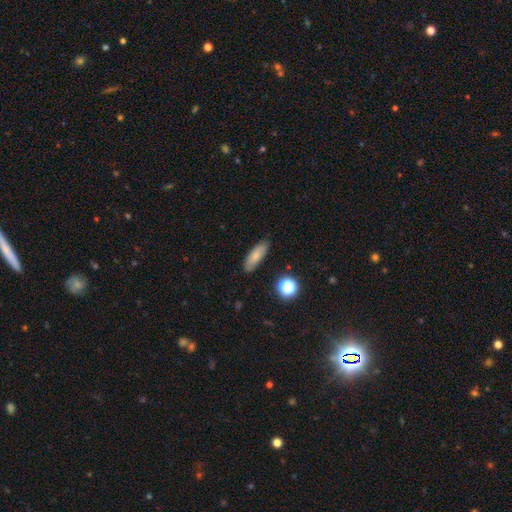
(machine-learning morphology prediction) smooth-or-featured: smooth: 78% | featured or disk: 13% | star or artifact: 9%
  how-rounded: in between: 56% | cigar-shaped: 40% | round: 3%
  merging: none: 85% | minor disturbance: 11% | major disturbance: 2% | merger: 2%